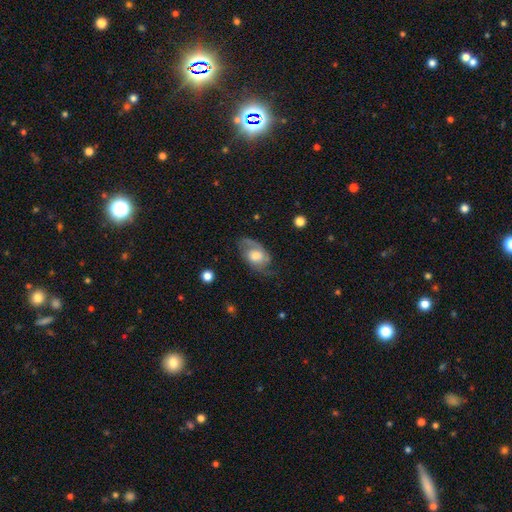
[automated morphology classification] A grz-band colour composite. It shows a featured or disk galaxy (68%) with no bar (67%), 2 (78%) medium (48%) spiral arms (89%) and a moderate central bulge (51%). Merging: none (62%).